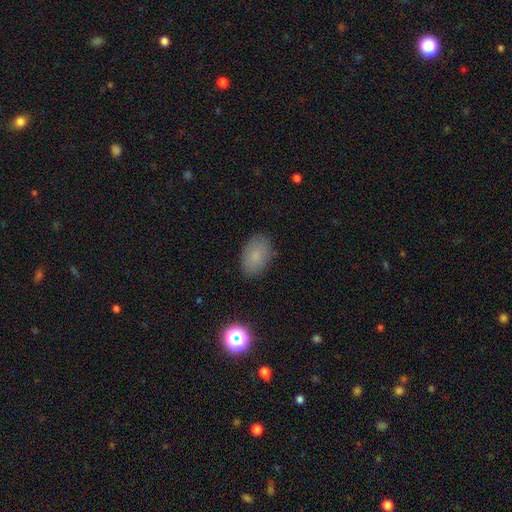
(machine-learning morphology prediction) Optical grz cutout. It shows a smooth galaxy with no disk features (82%) that is in between round and cigar-shaped (88%). Merging: none (85%).